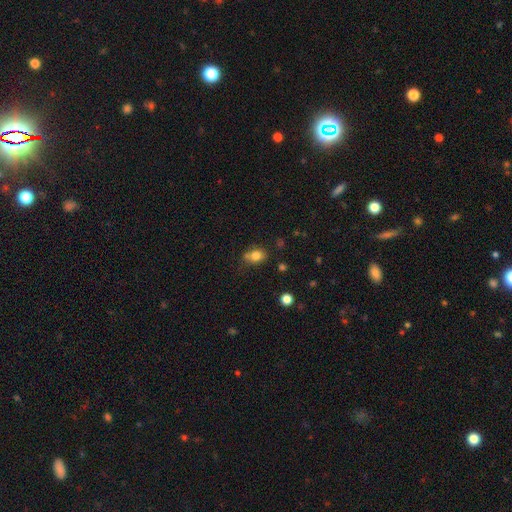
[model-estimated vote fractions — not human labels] smooth 80%, star or artifact 11%, featured or disk 9%. Down the decision tree: how rounded — in between (57%); merging — none (61%).